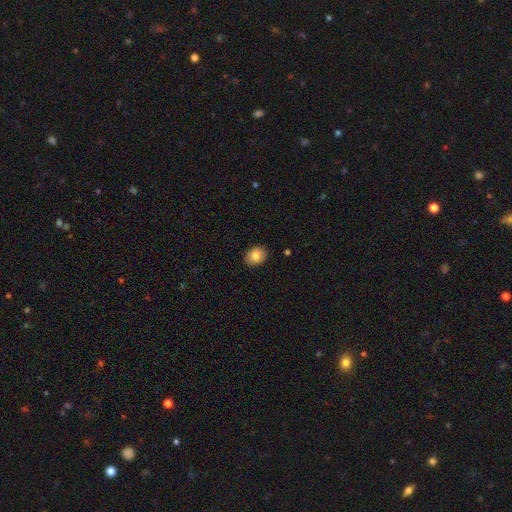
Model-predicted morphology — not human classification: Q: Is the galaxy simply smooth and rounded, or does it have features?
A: smooth — 81%.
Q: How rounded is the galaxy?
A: in between — 67%.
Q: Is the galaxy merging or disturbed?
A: none — 87%.